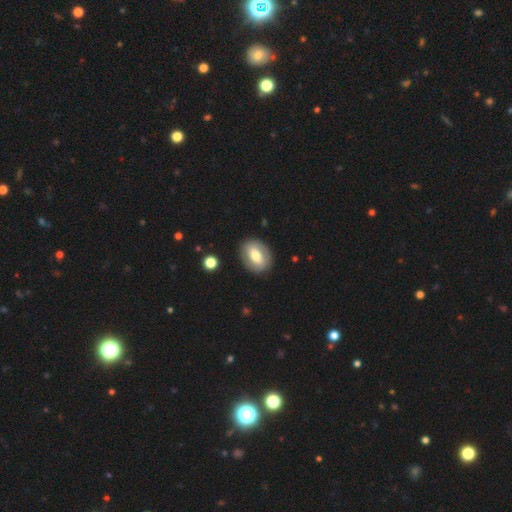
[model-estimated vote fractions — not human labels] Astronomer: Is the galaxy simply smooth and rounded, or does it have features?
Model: smooth — 51% (runner-up: featured or disk, 42%).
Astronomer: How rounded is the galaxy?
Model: in between — 70%.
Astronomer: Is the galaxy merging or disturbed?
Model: none — 86%.